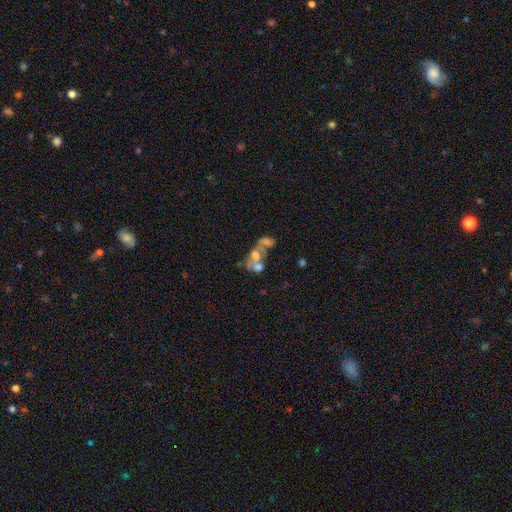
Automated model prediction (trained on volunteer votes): A smooth galaxy with no disk features (42%, tied with featured or disk).

Vote fractions:
- Smooth or featured? smooth: 42% (tied) / featured or disk: 42% (tied) / star or artifact: 15%
- Merging? merger: 66% / none: 15% / major disturbance: 12% / minor disturbance: 7%